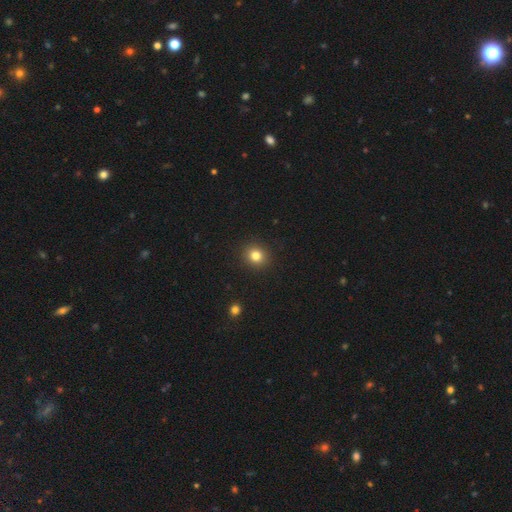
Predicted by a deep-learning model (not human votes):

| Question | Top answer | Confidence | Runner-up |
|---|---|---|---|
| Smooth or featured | smooth | 82% | star or artifact (12%) |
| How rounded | round | 86% | in between (13%) |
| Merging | none | 92% | minor disturbance (5%) |